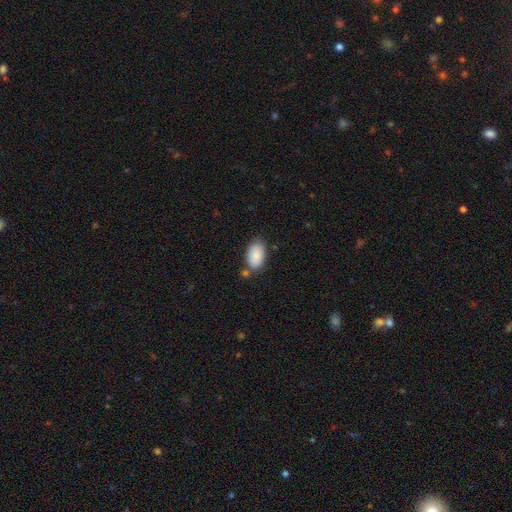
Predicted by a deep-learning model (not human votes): The model was most divided on "merging": none: 70%, minor disturbance: 17%, merger: 9%, major disturbance: 4%. More confident: how rounded — in between (94%); smooth or featured — smooth (86%).